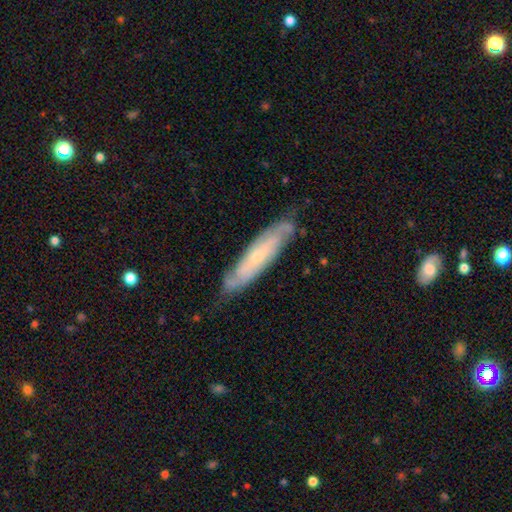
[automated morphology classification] Q: Smooth or featured?
A: featured or disk (63%); runner-up: smooth (28%)
Q: Edge-on disk?
A: no (58%); runner-up: yes (42%)
Q: Merging?
A: none (79%); runner-up: minor disturbance (16%)